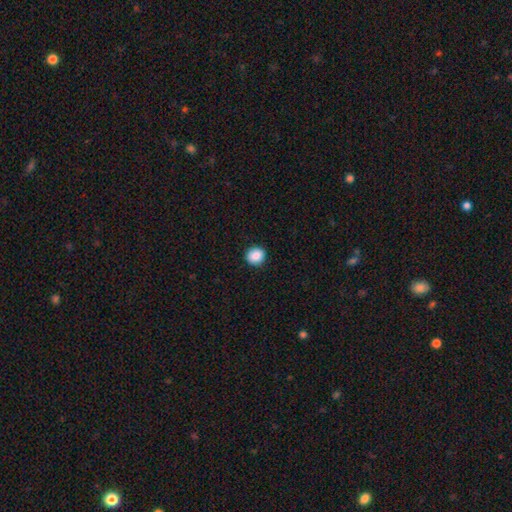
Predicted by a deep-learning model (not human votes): Overall: smooth (88%). How rounded: round (86%). Merging: none (92%).